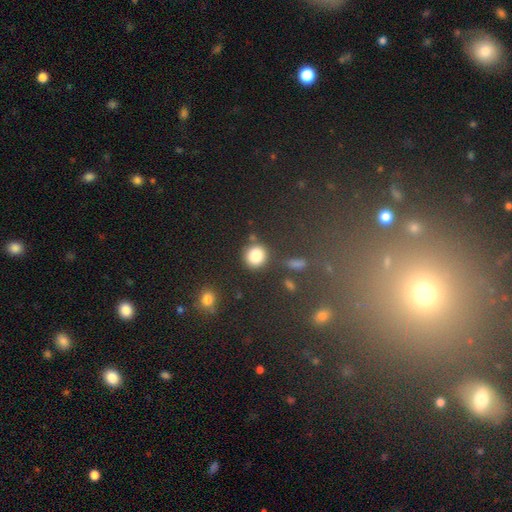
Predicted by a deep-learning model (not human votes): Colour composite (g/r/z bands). It shows a smooth galaxy with no disk features (84%) that is round (87%). Merging: none (77%).